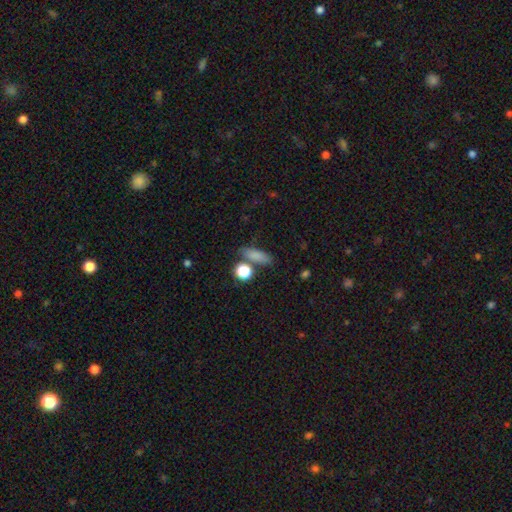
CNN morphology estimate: smooth 80%, star or artifact 12%, featured or disk 8%. Down the decision tree: how rounded — in between (50%); merging — none (72%).